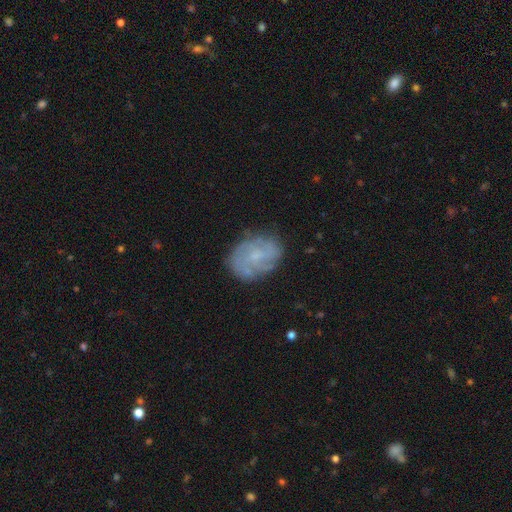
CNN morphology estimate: Smooth or featured? featured or disk (58%)
Edge-on disk? no (97%)
Bar? no (64%)
Spiral arms? yes (74%)
Bulge size? small (61%)
Merging? none (75%)